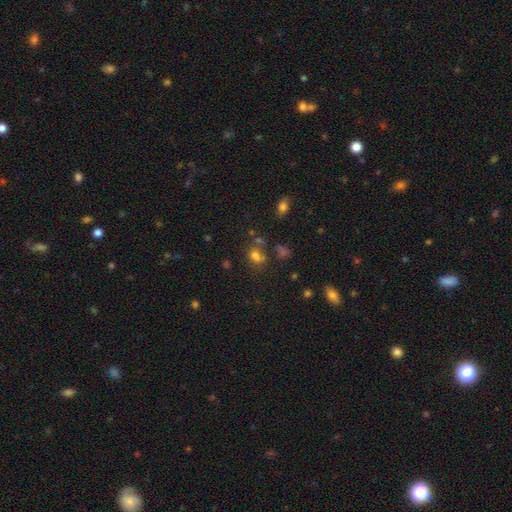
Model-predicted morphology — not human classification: A smooth galaxy with no disk features (70%) that is in between round and cigar-shaped (64%). Merging: none (51%).